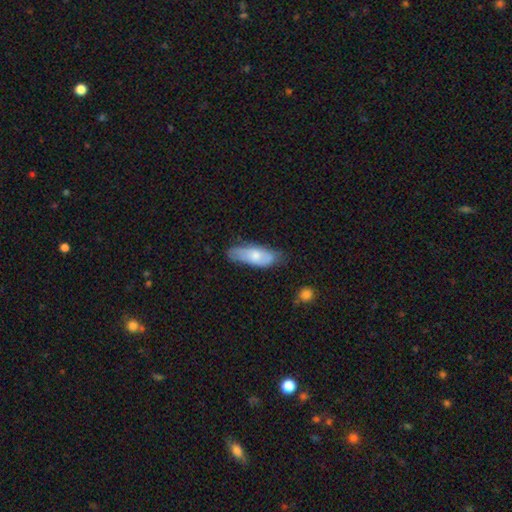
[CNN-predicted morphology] Smooth or featured?
  - smooth: 67% *
  - featured or disk: 27%
  - star or artifact: 6%
How rounded?
  - in between: 72% *
  - cigar-shaped: 25%
  - round: 2%
Merging?
  - none: 61% *
  - minor disturbance: 30%
  - major disturbance: 7%
  - merger: 2%